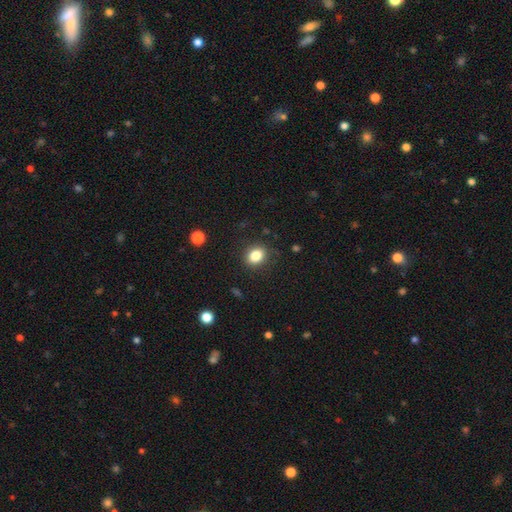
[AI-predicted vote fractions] This appears to be a smooth galaxy with no disk features (83%) that is in between round and cigar-shaped (51%). Merging: none (86%).